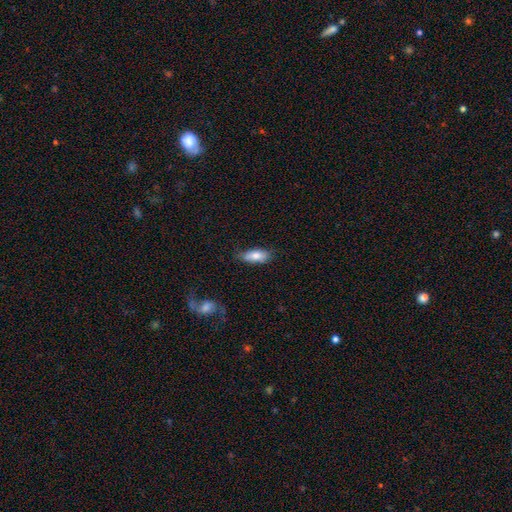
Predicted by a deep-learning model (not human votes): smooth 79%, featured or disk 15%, star or artifact 7%. Down the decision tree: how rounded — in between (81%); merging — none (68%).